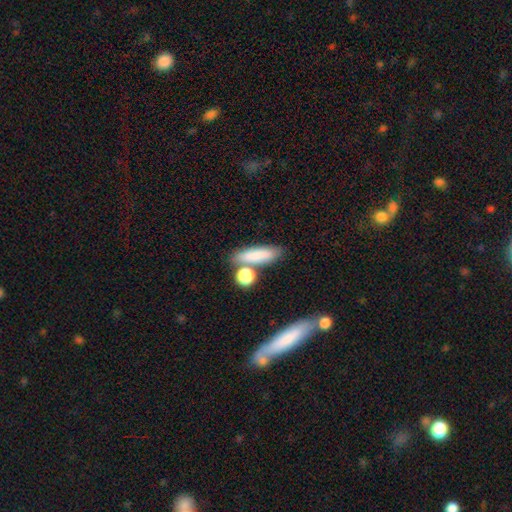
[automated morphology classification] This is likely a smooth galaxy (80%). How rounded: possibly in between (47%). Merging: likely none (65%).